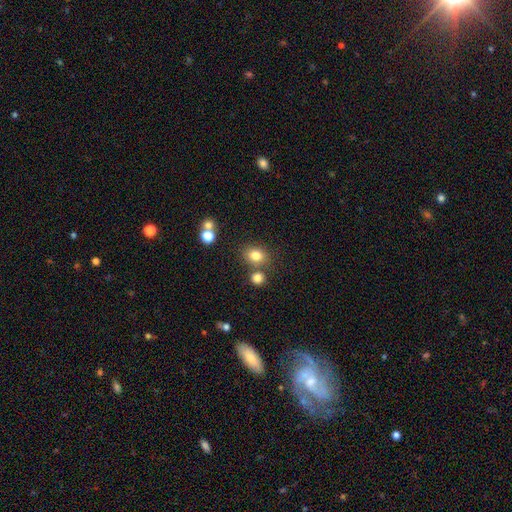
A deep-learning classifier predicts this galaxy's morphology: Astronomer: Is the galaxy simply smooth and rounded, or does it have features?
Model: smooth — 80%.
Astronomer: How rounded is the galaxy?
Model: round — 56% (runner-up: in between, 43%).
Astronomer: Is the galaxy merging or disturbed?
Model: none — 68%.